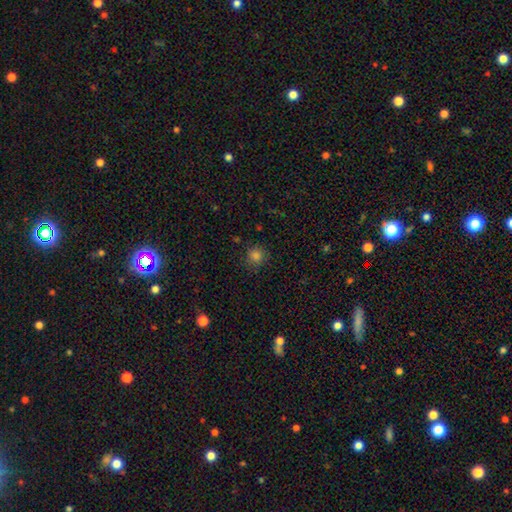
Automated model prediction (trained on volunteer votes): Morphology: type=smooth (80%); roundness=round (89%); merging=none (84%).